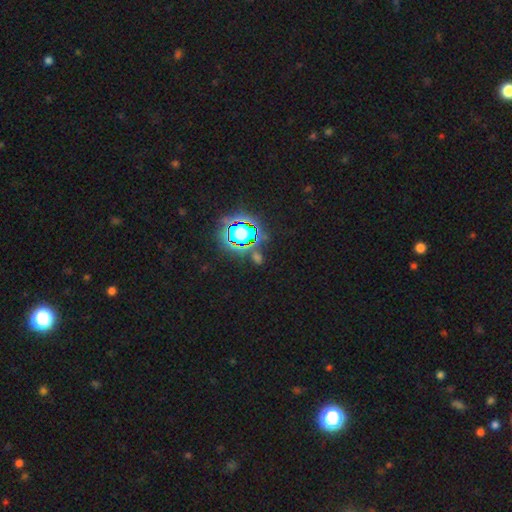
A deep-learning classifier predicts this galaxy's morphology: A star or artifact, not a galaxy (73%).

Vote fractions:
- Smooth or featured? star or artifact: 73% / smooth: 19% / featured or disk: 9%